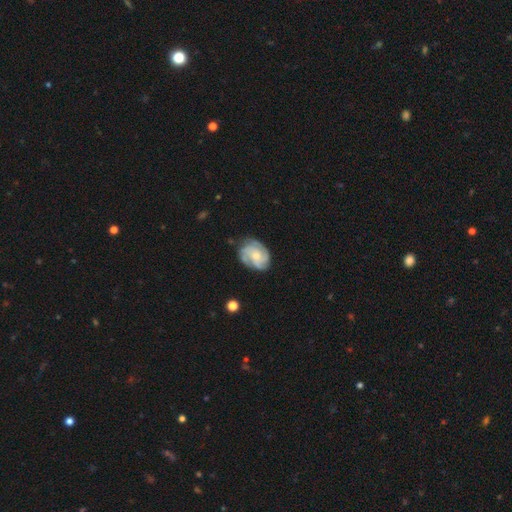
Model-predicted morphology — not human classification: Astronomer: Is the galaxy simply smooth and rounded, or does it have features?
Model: featured or disk — 74%.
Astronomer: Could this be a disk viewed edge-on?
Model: no — 98%.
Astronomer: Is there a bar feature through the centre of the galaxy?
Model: no — 74%.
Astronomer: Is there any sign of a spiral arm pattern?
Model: yes — 92%.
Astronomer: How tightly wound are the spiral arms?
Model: tight — 52% (runner-up: medium, 37%).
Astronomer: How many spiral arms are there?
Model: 3 — 34% (runner-up: can't tell, 26%).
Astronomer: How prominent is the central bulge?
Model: small — 48% (runner-up: moderate, 44%).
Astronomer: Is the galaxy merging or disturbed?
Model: none — 69%.